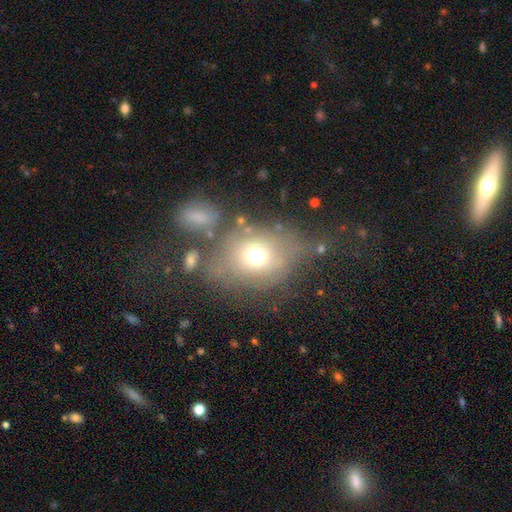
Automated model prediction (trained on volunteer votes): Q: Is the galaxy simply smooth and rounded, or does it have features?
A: smooth — 63%.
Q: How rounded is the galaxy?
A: round — 56%.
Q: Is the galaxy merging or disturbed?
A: none — 51%.